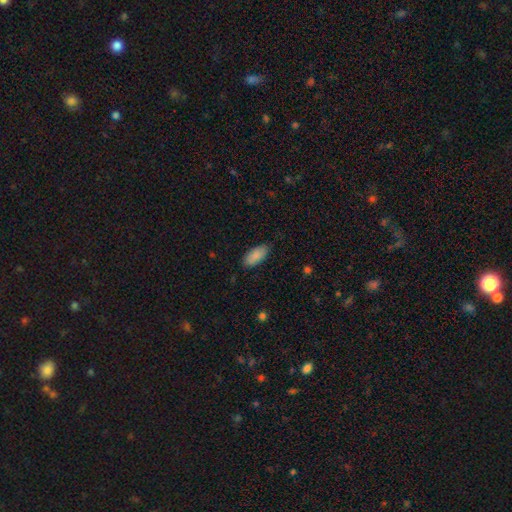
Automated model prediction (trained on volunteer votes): Smooth or featured?
  - smooth: 88% *
  - featured or disk: 6%
  - star or artifact: 6%
How rounded?
  - in between: 90% *
  - cigar-shaped: 9%
  - round: 2%
Merging?
  - none: 83% *
  - minor disturbance: 14%
  - major disturbance: 2%
  - merger: 1%